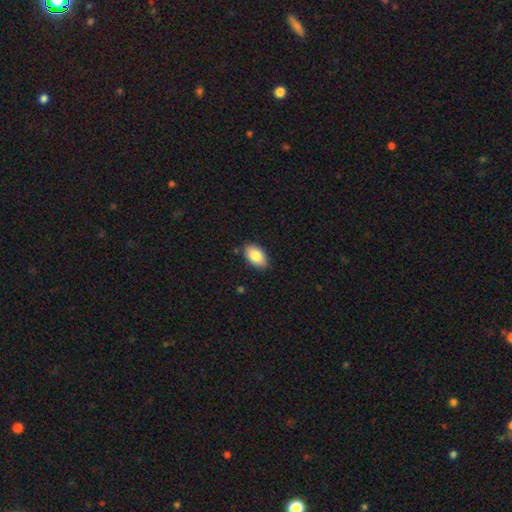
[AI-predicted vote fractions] Q: Smooth or featured?
A: smooth (86%); runner-up: featured or disk (8%)
Q: How rounded?
A: in between (94%); runner-up: round (5%)
Q: Merging?
A: none (86%); runner-up: minor disturbance (10%)